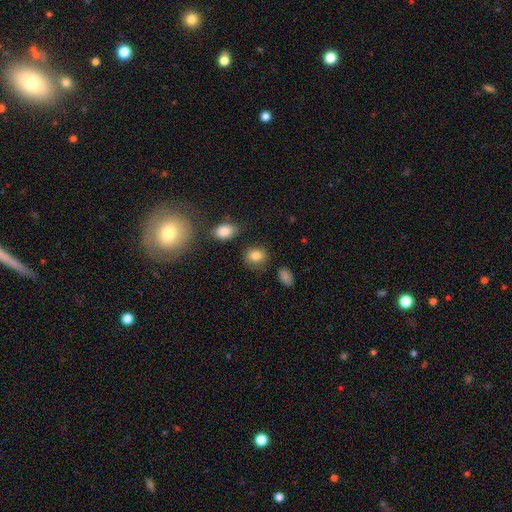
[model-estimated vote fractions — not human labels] Overall: smooth (82%). How rounded: round (59%; in between 40%). Merging: none (81%).